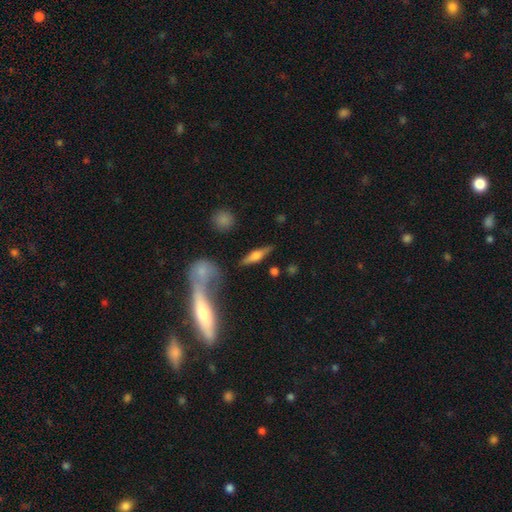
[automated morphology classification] The model was most divided on "smooth or featured": featured or disk: 58%, smooth: 34%, star or artifact: 7%. More confident: edge-on disk — yes (93%); edge-on bulge — rounded (90%); merging — none (80%).